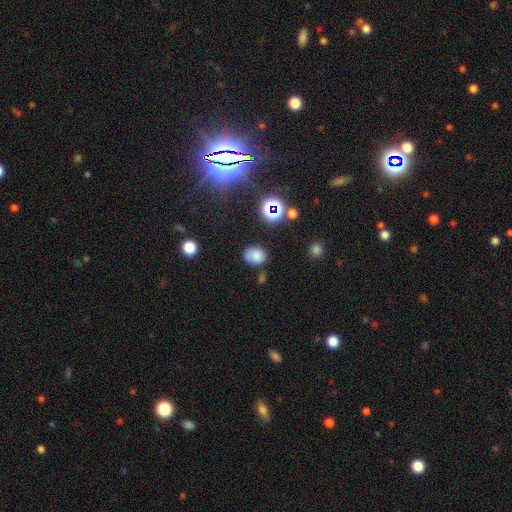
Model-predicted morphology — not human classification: Smooth or featured? smooth (73%)
How rounded? in between (51%)
Merging? none (61%)